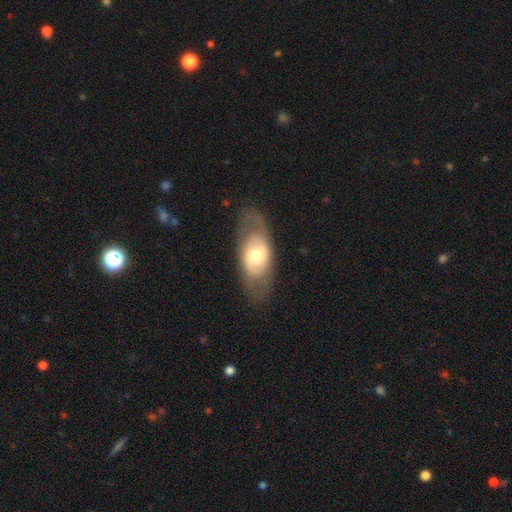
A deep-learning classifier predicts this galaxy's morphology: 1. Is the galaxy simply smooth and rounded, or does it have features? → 50% featured or disk, 44% smooth, 6% star or artifact.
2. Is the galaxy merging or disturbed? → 71% none, 17% minor disturbance, 10% major disturbance, 1% merger.